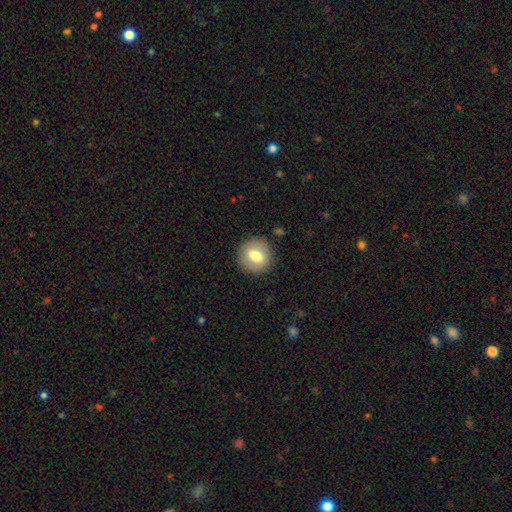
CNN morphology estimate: The model was most divided on "smooth or featured": smooth: 71%, featured or disk: 21%, star or artifact: 8%. More confident: merging — none (88%); how rounded — round (85%).